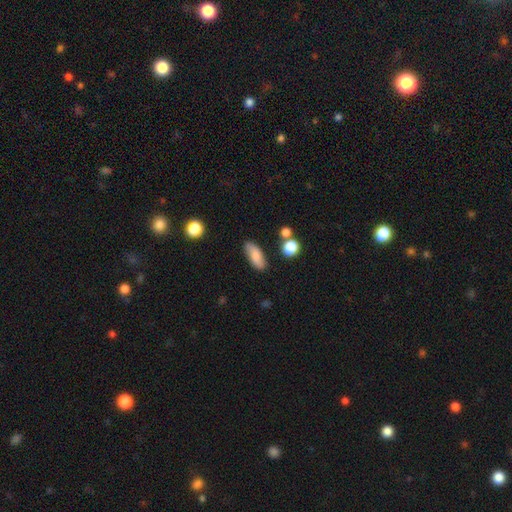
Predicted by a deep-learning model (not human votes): Smooth or featured? smooth (79%)
How rounded? in between (77%)
Merging? none (79%)